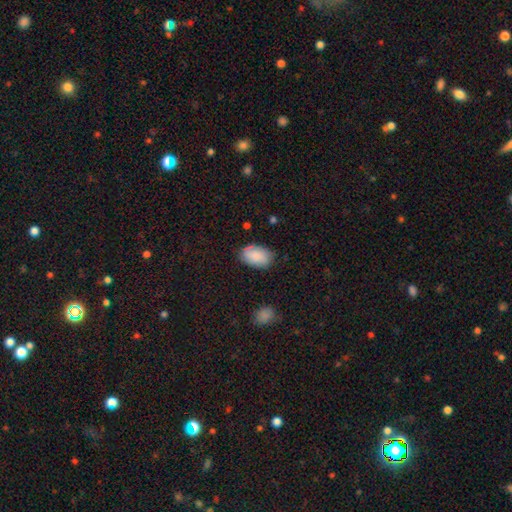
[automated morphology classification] smooth 86%, featured or disk 8%, star or artifact 7%. Down the decision tree: how rounded — in between (91%); merging — none (78%).